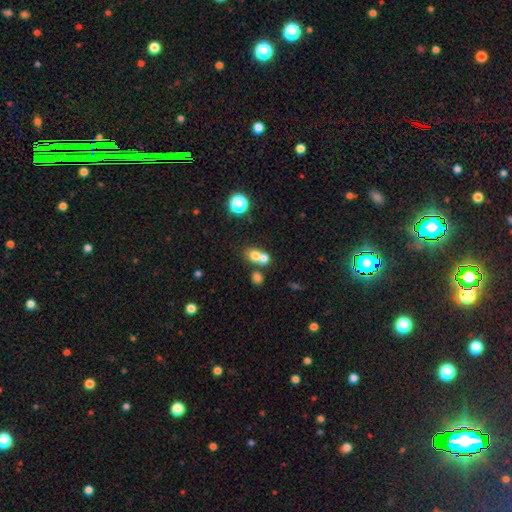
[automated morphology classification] A smooth galaxy with no disk features (72%) that is round (69%). Merging: merger (56%).